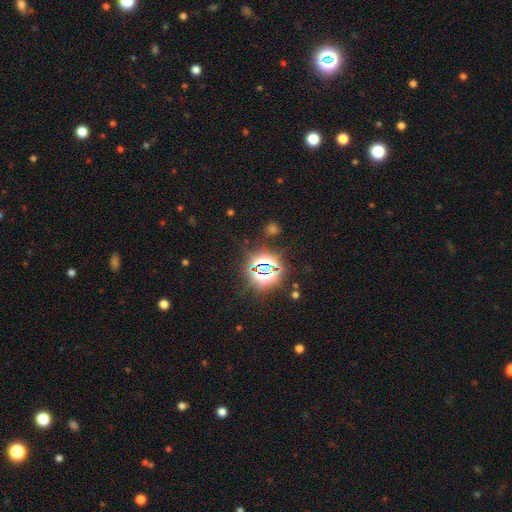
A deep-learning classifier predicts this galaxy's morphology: Q: Smooth or featured?
A: star or artifact (78%); runner-up: smooth (14%)